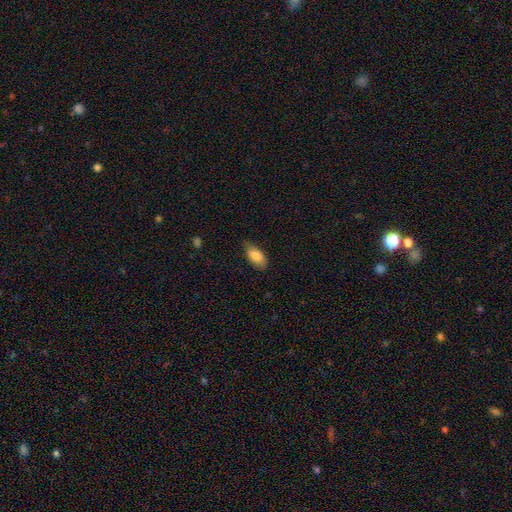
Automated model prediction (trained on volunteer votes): A smooth galaxy with no disk features (84%) that is in between round and cigar-shaped (91%). Merging: none (71%).